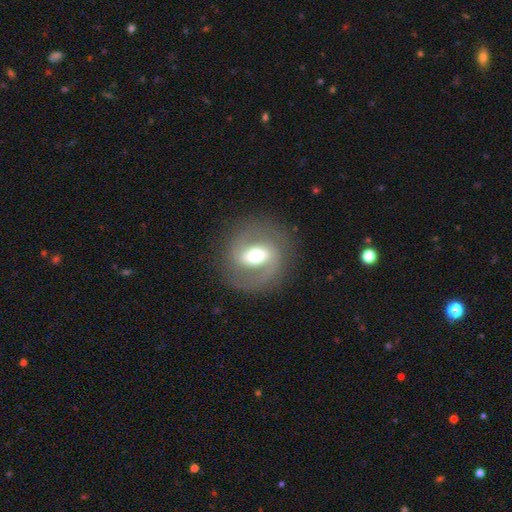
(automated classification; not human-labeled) Overall: featured or disk (75%). Edge-on disk: no (96%). Bar: strong (43%; weak 38%). Spiral arms: yes (79%). Spiral arm count: 2 (86%). Spiral winding: medium (51%; tight 27%). Bulge size: moderate (64%). Merging: none (81%).